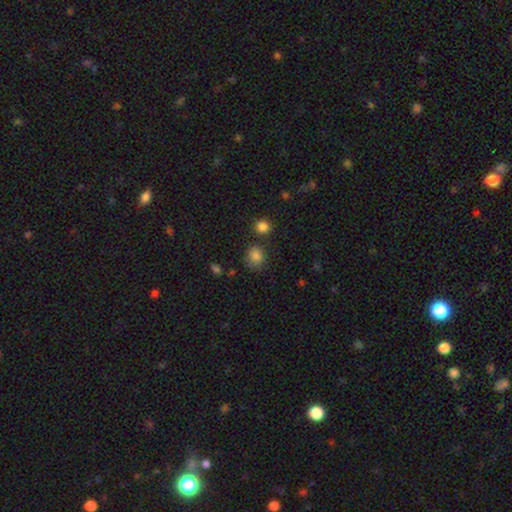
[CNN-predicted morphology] Smooth or featured: smooth — 83% (star or artifact — 12%)
How rounded: round — 77% (in between — 22%)
Merging: none — 68% (minor disturbance — 19%)